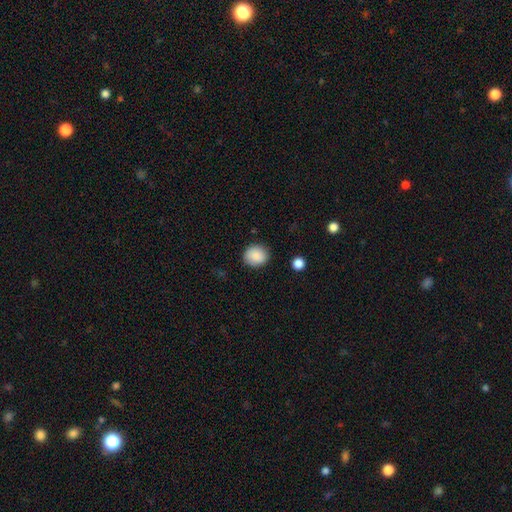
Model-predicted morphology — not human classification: The model was most divided on "how rounded": round: 80%, in between: 19%, cigar-shaped: 1%. More confident: smooth or featured — smooth (88%); merging — none (88%).